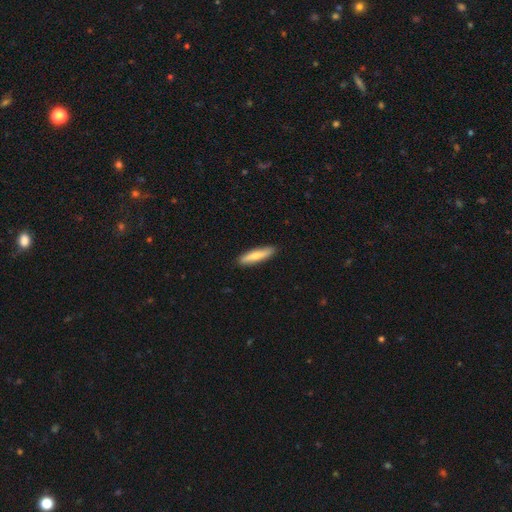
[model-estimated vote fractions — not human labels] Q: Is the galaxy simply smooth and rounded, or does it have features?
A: smooth — 72%.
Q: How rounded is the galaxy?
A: cigar-shaped — 82%.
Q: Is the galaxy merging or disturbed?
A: none — 89%.